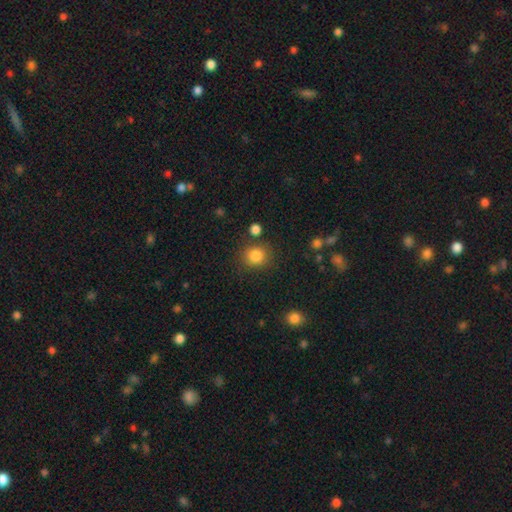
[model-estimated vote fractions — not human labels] This appears to be a smooth galaxy with no disk features (84%) that is round (84%). Merging: none (82%).